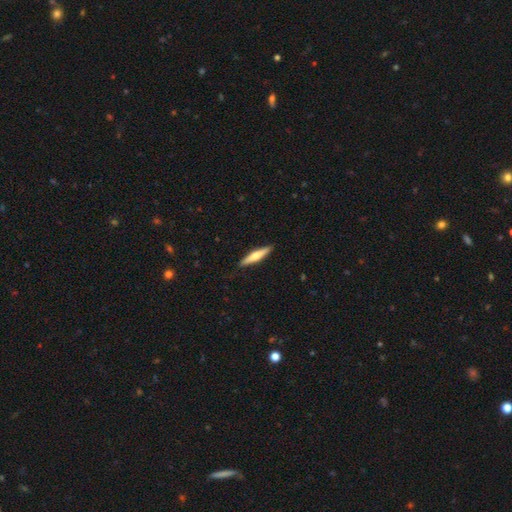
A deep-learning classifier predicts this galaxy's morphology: Q: Smooth or featured?
A: smooth (52%); runner-up: featured or disk (43%)
Q: How rounded?
A: cigar-shaped (87%); runner-up: in between (12%)
Q: Merging?
A: none (89%); runner-up: minor disturbance (8%)